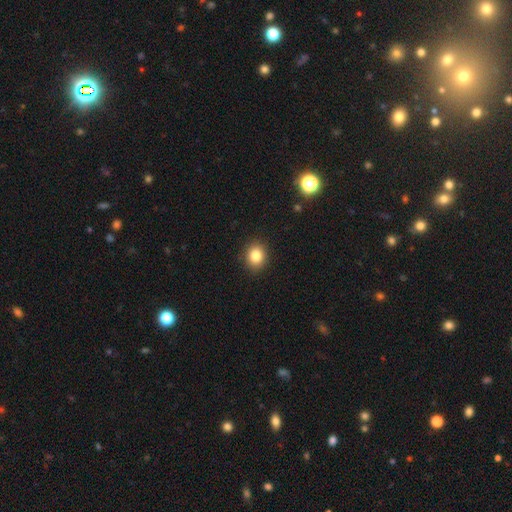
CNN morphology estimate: This appears to be a smooth galaxy with no disk features (83%) that is round (69%). Merging: none (90%).